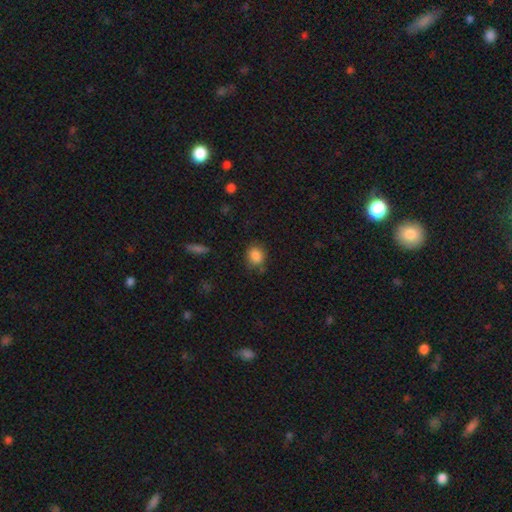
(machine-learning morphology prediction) smooth 86%, star or artifact 10%, featured or disk 4%. Down the decision tree: how rounded — round (59%); merging — none (74%).